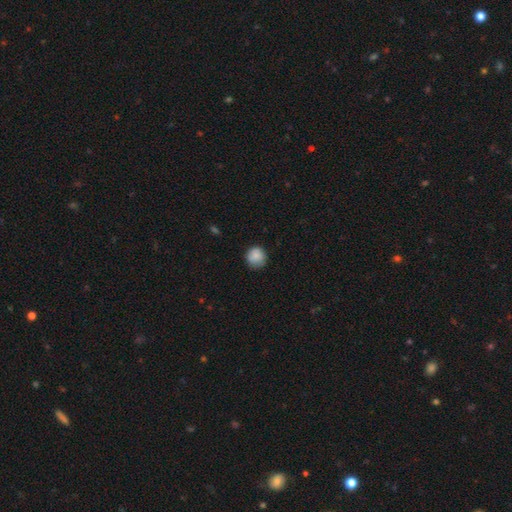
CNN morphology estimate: Smooth or featured: smooth — 86% (star or artifact — 8%)
How rounded: round — 89% (in between — 10%)
Merging: none — 80% (minor disturbance — 16%)